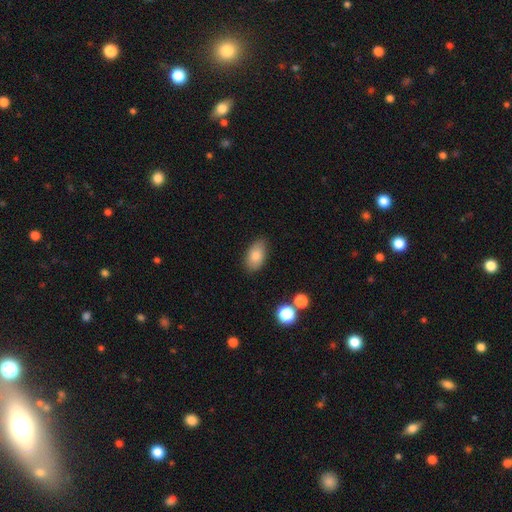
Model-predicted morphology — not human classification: A smooth galaxy with no disk features (82%) that is in between round and cigar-shaped (92%). Merging: none (83%).